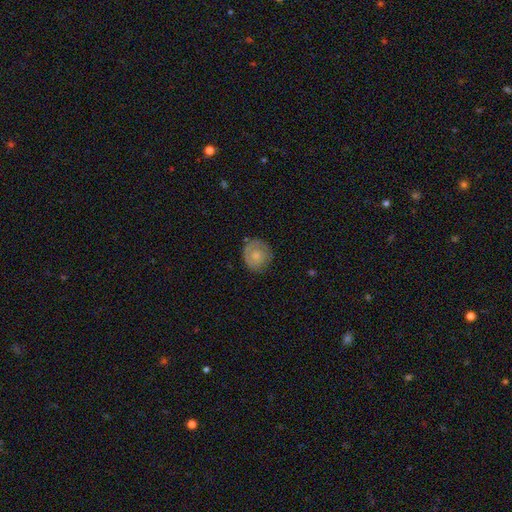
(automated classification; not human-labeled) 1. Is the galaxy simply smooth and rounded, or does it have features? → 68% smooth, 25% featured or disk, 7% star or artifact.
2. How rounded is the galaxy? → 86% round, 13% in between, 1% cigar-shaped.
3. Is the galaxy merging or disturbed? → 75% none, 18% minor disturbance, 5% major disturbance, 2% merger.